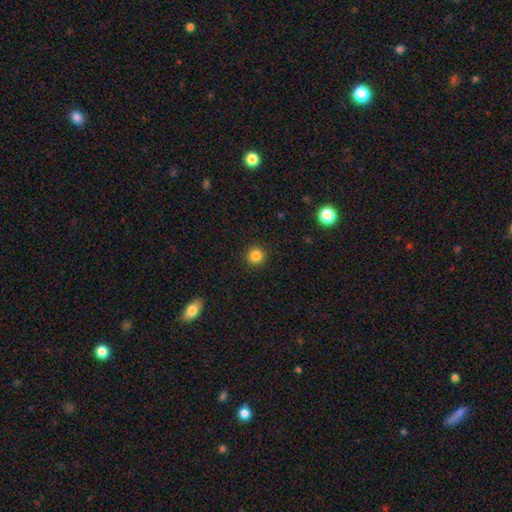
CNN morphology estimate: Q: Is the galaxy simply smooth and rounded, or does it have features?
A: smooth — 84%.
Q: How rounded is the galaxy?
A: round — 95%.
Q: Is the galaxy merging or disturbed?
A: none — 92%.